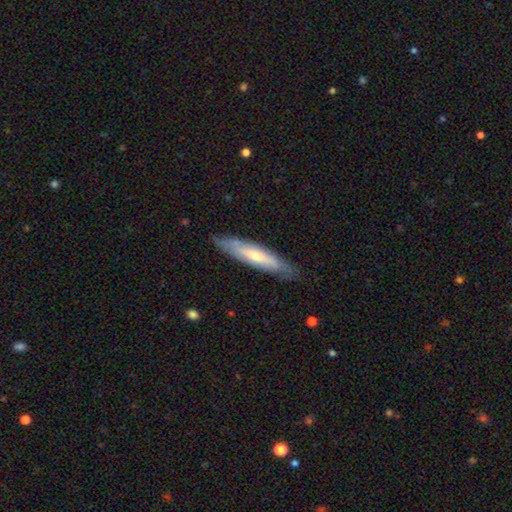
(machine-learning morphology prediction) Q: Smooth or featured?
A: featured or disk (51%); runner-up: smooth (44%)
Q: Edge-on disk?
A: yes (62%); runner-up: no (38%)
Q: Merging?
A: none (82%); runner-up: minor disturbance (14%)